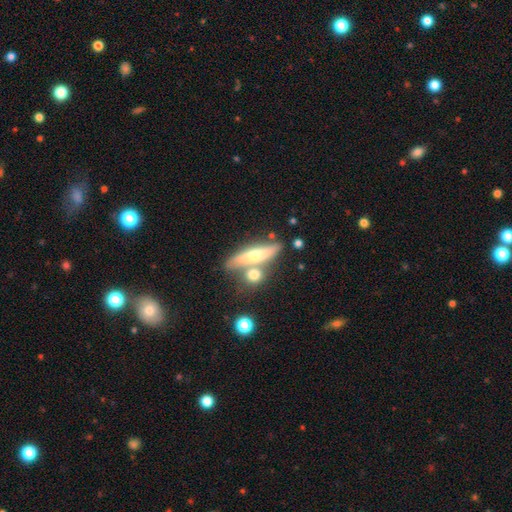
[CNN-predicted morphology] smooth_or_featured: featured or disk (p=0.47) [alt: smooth p=0.46]
merging: none (p=0.55) [alt: merger p=0.27]